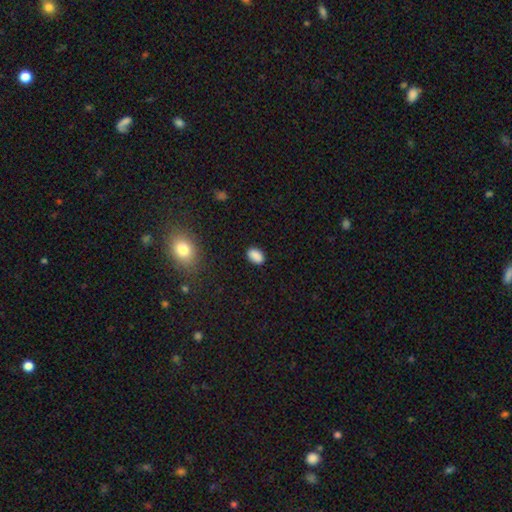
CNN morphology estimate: Smooth or featured? smooth (87%)
How rounded? in between (86%)
Merging? none (86%)